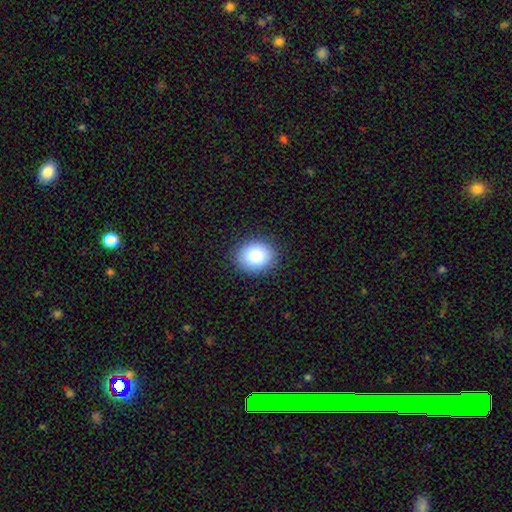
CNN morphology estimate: smooth_or_featured: smooth (p=0.80) [alt: featured or disk p=0.10]
how_rounded: round (p=0.70) [alt: in between p=0.29]
merging: none (p=0.89) [alt: minor disturbance p=0.08]